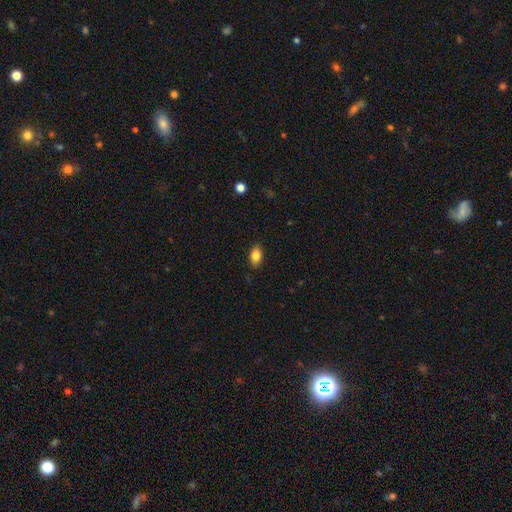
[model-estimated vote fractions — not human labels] Overall: smooth (84%). How rounded: in between (87%). Merging: none (87%).